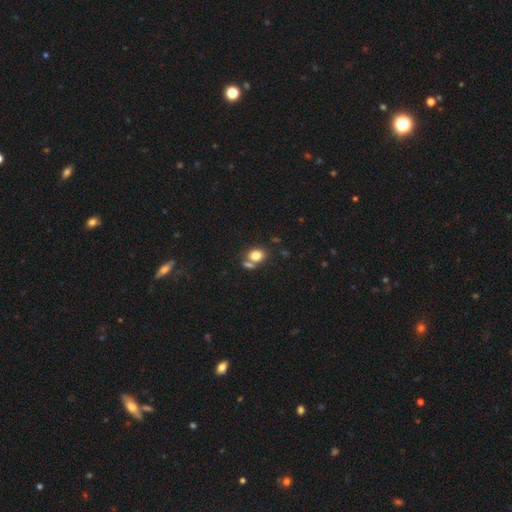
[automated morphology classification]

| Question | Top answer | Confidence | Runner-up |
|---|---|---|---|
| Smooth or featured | smooth | 79% | star or artifact (11%) |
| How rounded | in between | 54% | round (45%) |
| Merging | none | 57% | merger (26%) |